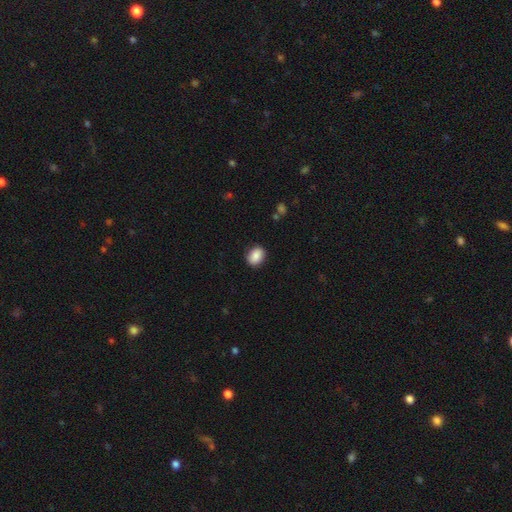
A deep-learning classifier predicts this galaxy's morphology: This appears to be a smooth galaxy with no disk features (87%) that is in between round and cigar-shaped (59%). Merging: none (86%).